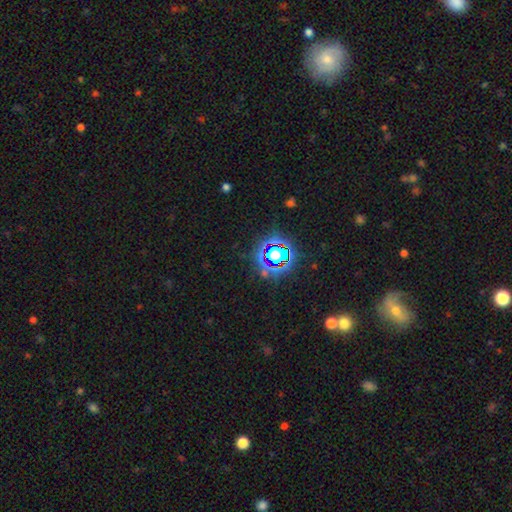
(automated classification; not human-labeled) A star or artifact, not a galaxy (80%).

Vote fractions:
- Smooth or featured? star or artifact: 80% / smooth: 12% / featured or disk: 8%